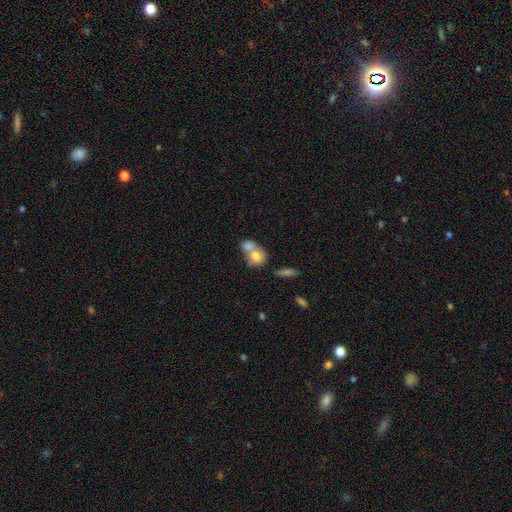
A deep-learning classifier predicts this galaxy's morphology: This appears to be a smooth galaxy with no disk features (74%) that is in between round and cigar-shaped (52%). Merging: merger (66%).